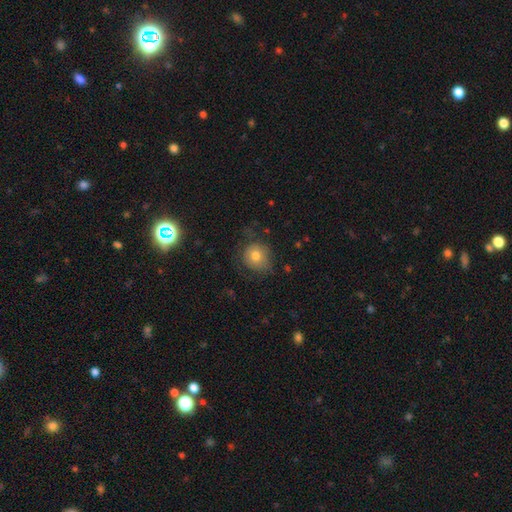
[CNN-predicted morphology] smooth_or_featured: smooth (p=0.75) [alt: featured or disk p=0.14]
how_rounded: round (p=0.83) [alt: in between p=0.16]
merging: none (p=0.65) [alt: minor disturbance p=0.23]